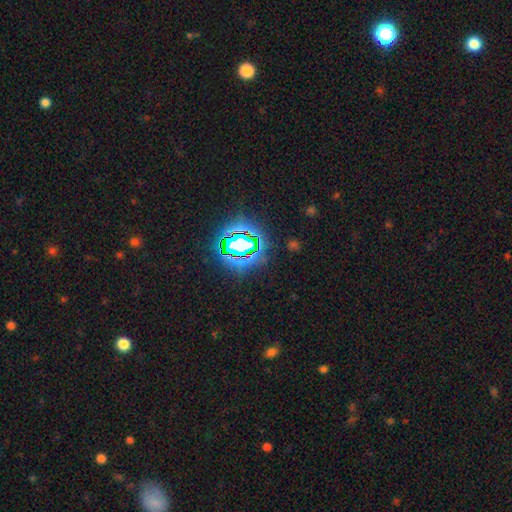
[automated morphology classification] Smooth or featured? Predicted: star or artifact (p=0.84).